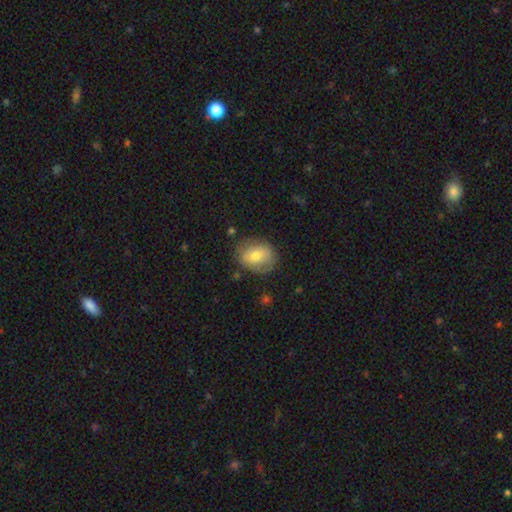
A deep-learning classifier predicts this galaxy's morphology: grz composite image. It shows a smooth galaxy with no disk features (66%) that is in between round and cigar-shaped (51%). Merging: none (69%).